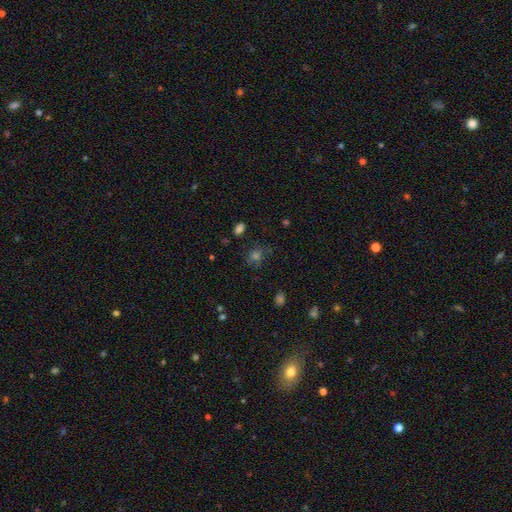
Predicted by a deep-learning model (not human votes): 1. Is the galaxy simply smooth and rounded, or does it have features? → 57% smooth, 33% star or artifact, 10% featured or disk.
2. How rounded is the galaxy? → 71% round, 27% in between, 1% cigar-shaped.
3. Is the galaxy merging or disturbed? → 78% none, 13% minor disturbance, 5% major disturbance, 3% merger.